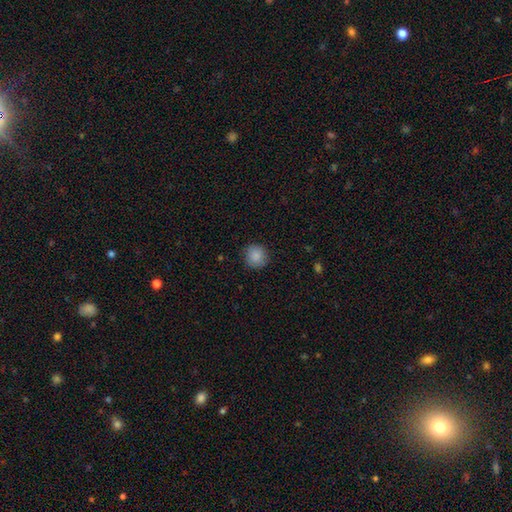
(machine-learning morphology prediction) The model was most divided on "merging": none: 87%, minor disturbance: 9%, major disturbance: 2%, merger: 1%. More confident: how rounded — round (92%); smooth or featured — smooth (88%).